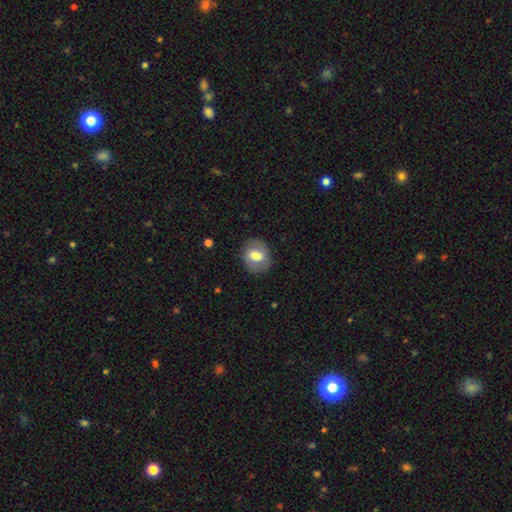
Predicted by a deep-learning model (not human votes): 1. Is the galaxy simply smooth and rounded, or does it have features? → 61% smooth, 32% featured or disk, 7% star or artifact.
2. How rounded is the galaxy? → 50% in between, 49% round, 1% cigar-shaped.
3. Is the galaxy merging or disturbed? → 82% none, 13% minor disturbance, 5% major disturbance, 1% merger.